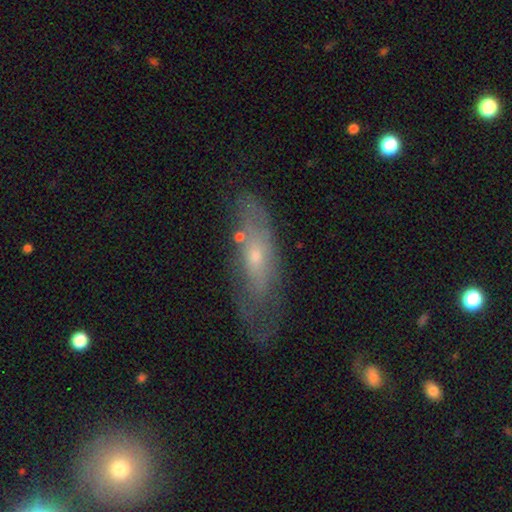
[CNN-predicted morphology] type=featured or disk (56%); edge-on=no (66%); merging=none (59%).